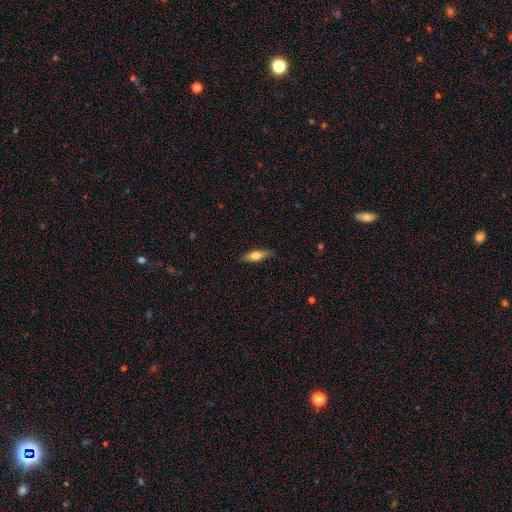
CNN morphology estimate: smooth_or_featured: smooth (p=0.63) [alt: featured or disk p=0.31]
how_rounded: in between (p=0.50) [alt: cigar-shaped p=0.48]
merging: none (p=0.84) [alt: minor disturbance p=0.12]